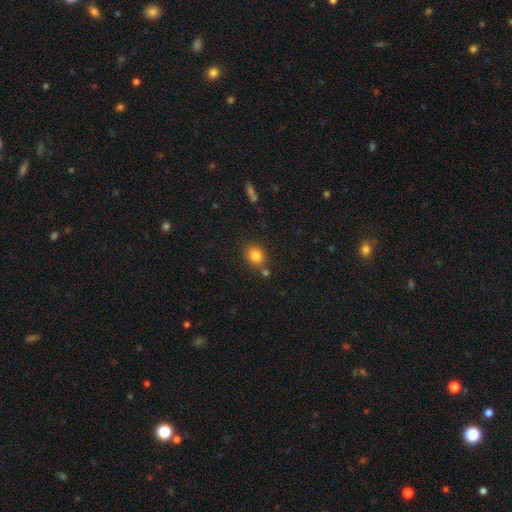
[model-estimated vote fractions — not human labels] smooth-or-featured: smooth: 83% | star or artifact: 11% | featured or disk: 6%
  how-rounded: round: 59% | in between: 40% | cigar-shaped: 1%
  merging: none: 74% | minor disturbance: 12% | merger: 11% | major disturbance: 3%